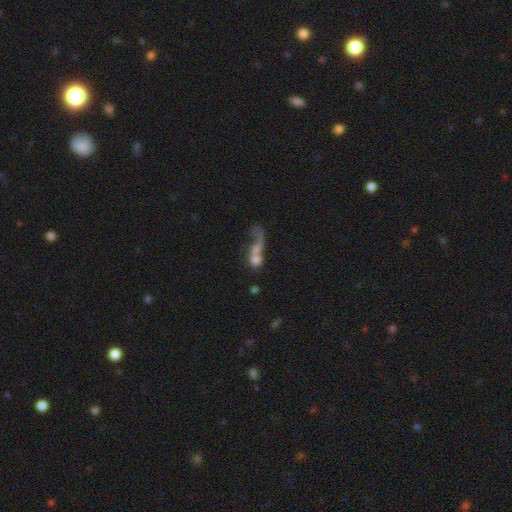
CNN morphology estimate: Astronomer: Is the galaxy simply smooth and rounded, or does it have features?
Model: smooth — 49% (runner-up: featured or disk, 38%).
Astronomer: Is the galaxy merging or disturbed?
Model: merger — 50% (runner-up: major disturbance, 29%).